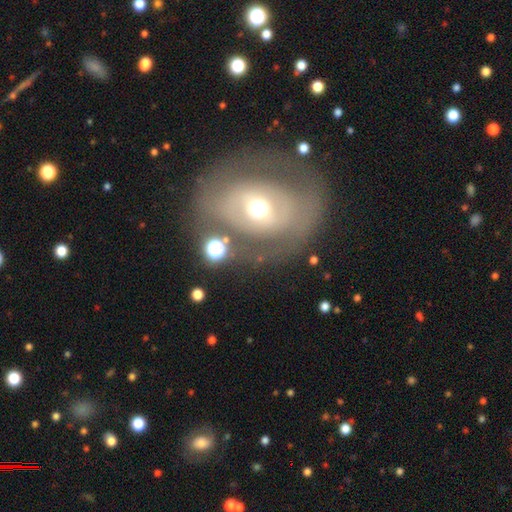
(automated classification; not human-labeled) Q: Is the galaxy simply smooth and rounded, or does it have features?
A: featured or disk — 65%.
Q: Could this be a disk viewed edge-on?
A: no — 94%.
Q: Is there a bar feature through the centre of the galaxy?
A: no — 56%.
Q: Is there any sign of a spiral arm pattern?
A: yes — 53%.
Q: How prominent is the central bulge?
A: moderate — 58%.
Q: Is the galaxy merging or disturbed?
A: none — 71%.